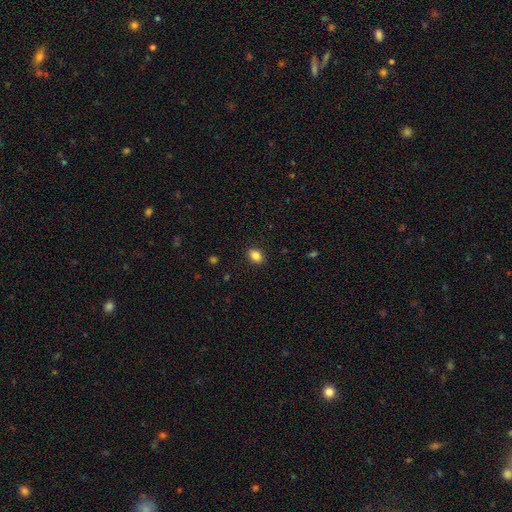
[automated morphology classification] The model was most divided on "how rounded": in between: 64%, round: 35%, cigar-shaped: 1%. More confident: merging — none (90%); smooth or featured — smooth (86%).